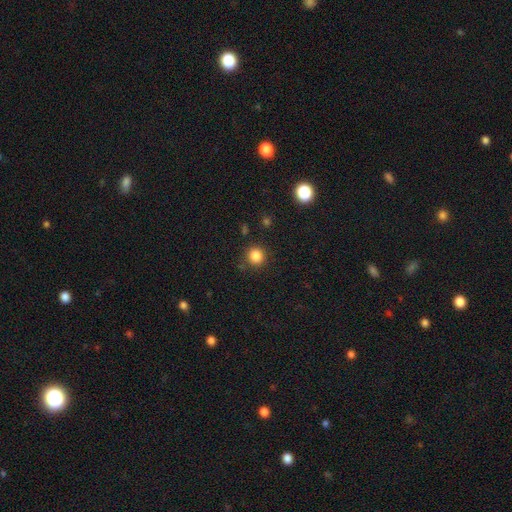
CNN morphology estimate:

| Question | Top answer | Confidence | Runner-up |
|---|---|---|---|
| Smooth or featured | smooth | 84% | star or artifact (12%) |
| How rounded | round | 90% | in between (9%) |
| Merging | none | 85% | minor disturbance (9%) |